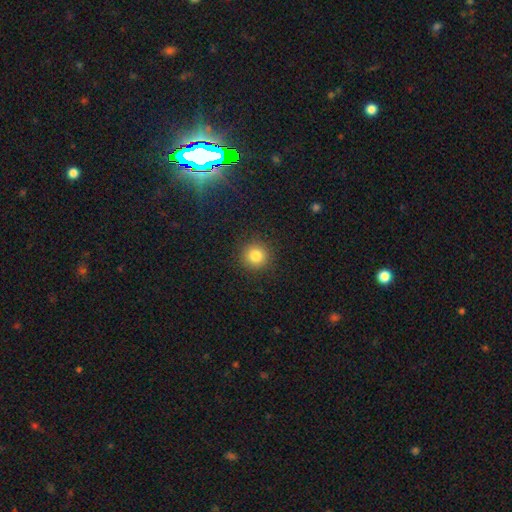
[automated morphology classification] Q: Smooth or featured?
A: smooth (83%); runner-up: star or artifact (12%)
Q: How rounded?
A: round (94%); runner-up: in between (5%)
Q: Merging?
A: none (91%); runner-up: minor disturbance (6%)